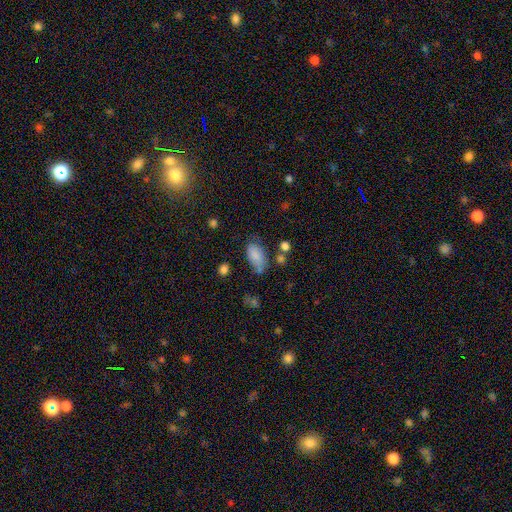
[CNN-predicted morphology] Smooth or featured: smooth — 81% (featured or disk — 10%)
How rounded: in between — 93% (round — 4%)
Merging: none — 56% (minor disturbance — 28%)